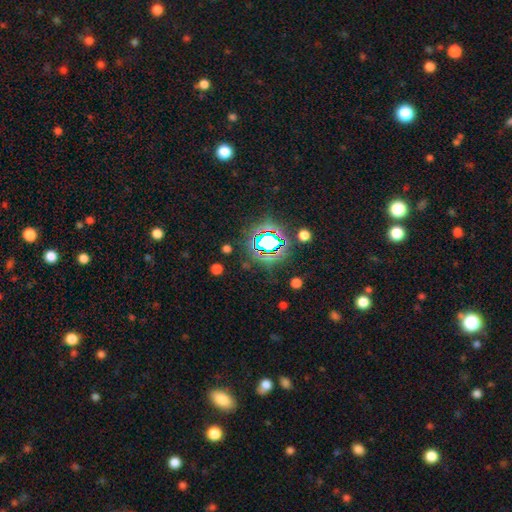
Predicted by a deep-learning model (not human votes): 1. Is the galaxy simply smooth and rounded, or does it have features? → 80% star or artifact, 13% smooth, 7% featured or disk.